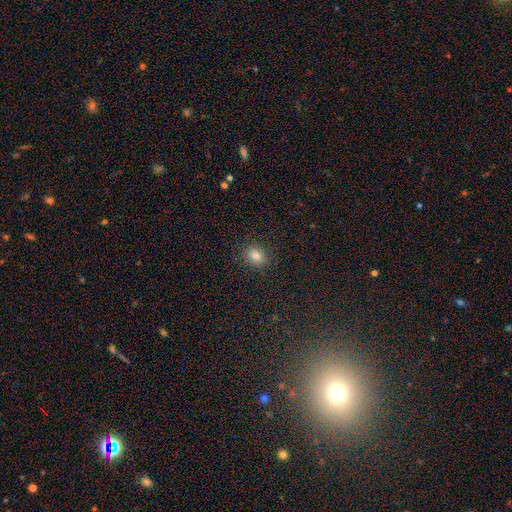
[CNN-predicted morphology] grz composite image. It shows a smooth galaxy with no disk features (82%) that is round (56%). Merging: none (88%).